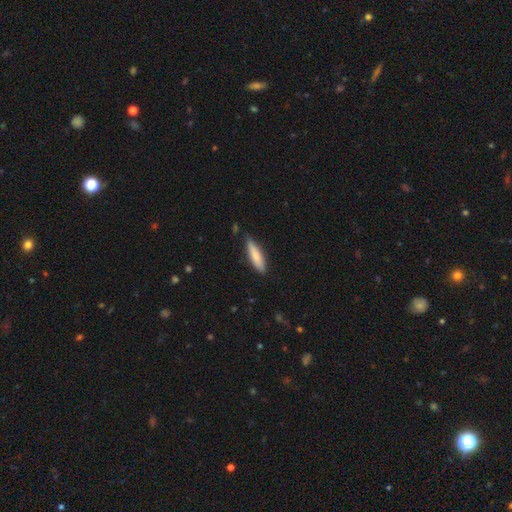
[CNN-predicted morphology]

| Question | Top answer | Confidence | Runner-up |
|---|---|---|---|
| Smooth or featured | smooth | 79% | featured or disk (16%) |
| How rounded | cigar-shaped | 70% | in between (29%) |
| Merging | none | 80% | minor disturbance (15%) |